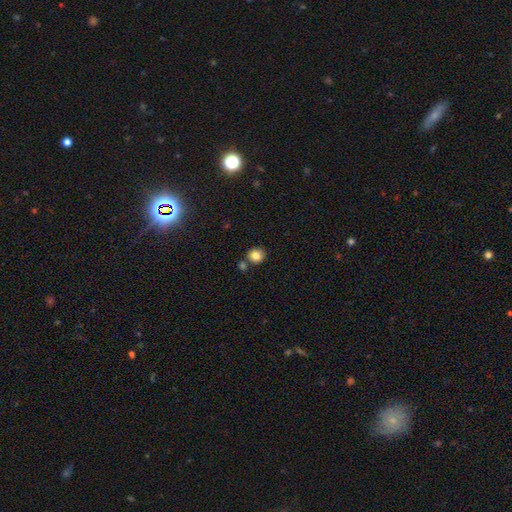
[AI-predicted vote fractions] Morphology: type=smooth (83%); roundness=round (86%); merging=none (75%).